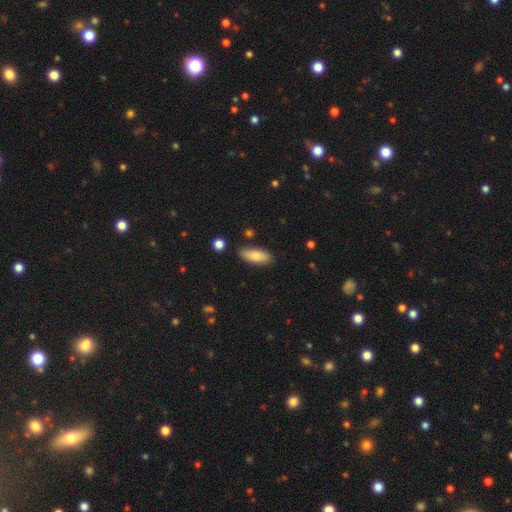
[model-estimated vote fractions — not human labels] Q: Smooth or featured?
A: smooth (78%); runner-up: featured or disk (15%)
Q: How rounded?
A: in between (76%); runner-up: cigar-shaped (22%)
Q: Merging?
A: none (84%); runner-up: minor disturbance (11%)